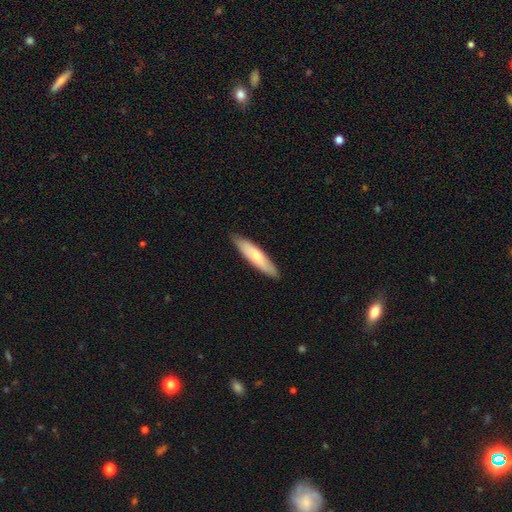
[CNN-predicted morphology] smooth-or-featured: smooth: 63% | featured or disk: 33% | star or artifact: 5%
  how-rounded: cigar-shaped: 76% | in between: 23% | round: 2%
  merging: none: 87% | minor disturbance: 10% | major disturbance: 2% | merger: 1%